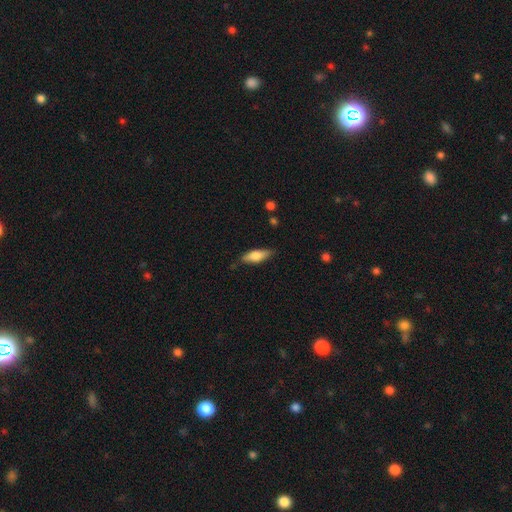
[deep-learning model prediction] Morphology: type=smooth (66%); roundness=in between (57%); merging=none (79%).